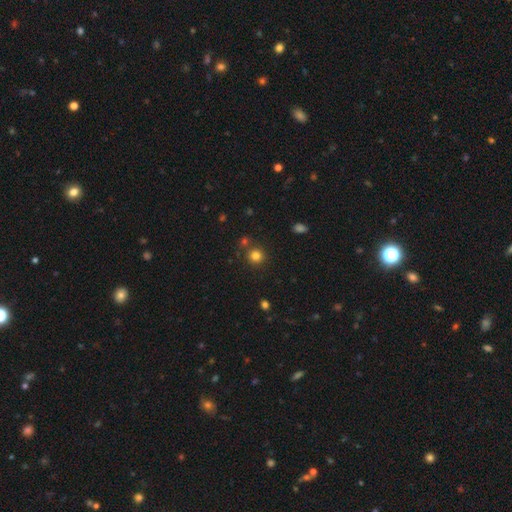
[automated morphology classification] Smooth or featured? smooth (80%)
How rounded? round (91%)
Merging? none (80%)